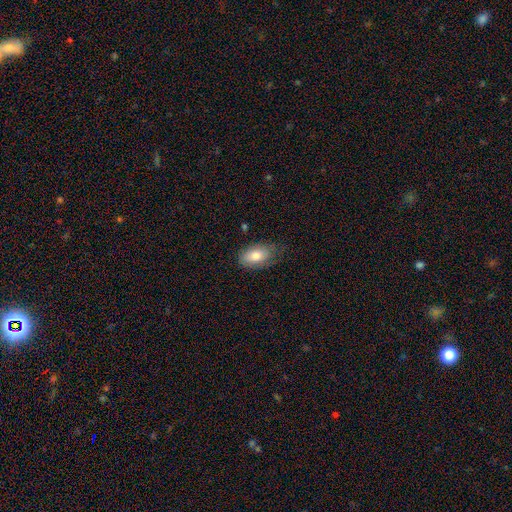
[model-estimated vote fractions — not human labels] Smooth or featured? smooth (76%)
How rounded? in between (92%)
Merging? none (63%)